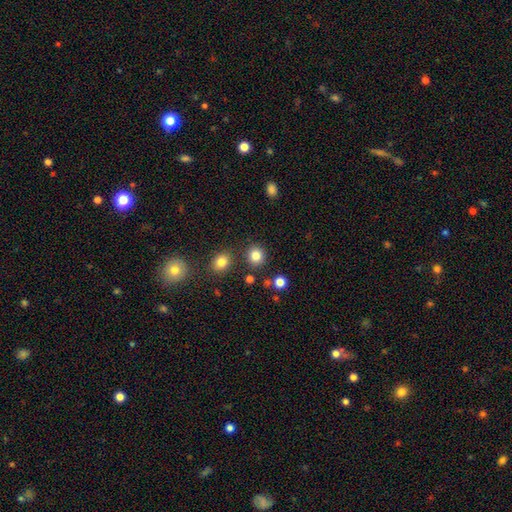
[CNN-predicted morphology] smooth 83%, star or artifact 12%, featured or disk 5%. Down the decision tree: how rounded — round (87%); merging — none (86%).